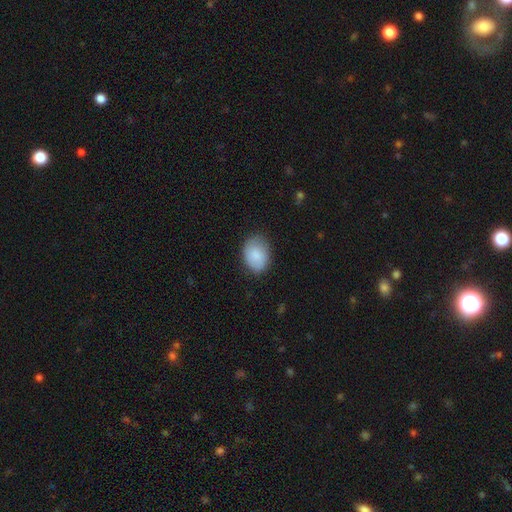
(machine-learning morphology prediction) The model was most divided on "how rounded": in between: 73%, round: 27%, cigar-shaped: 1%. More confident: smooth or featured — smooth (84%); merging — none (76%).